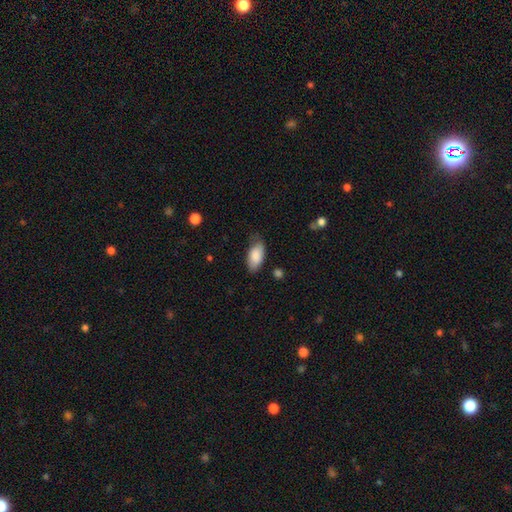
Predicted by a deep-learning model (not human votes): This appears to be a smooth galaxy with no disk features (85%) that is in between round and cigar-shaped (93%). Merging: none (66%).